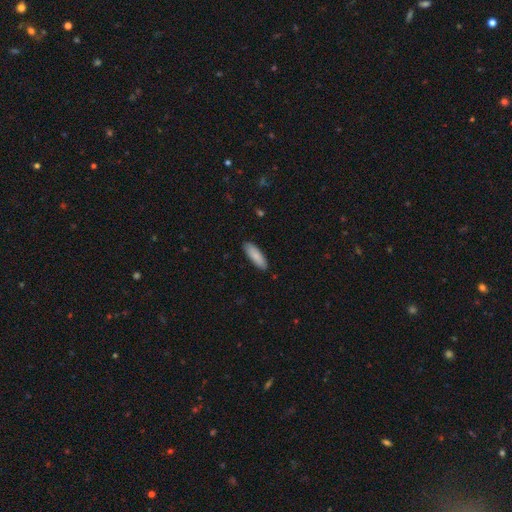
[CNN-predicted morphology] smooth-or-featured: smooth: 86% | featured or disk: 8% | star or artifact: 5%
  how-rounded: in between: 50% | cigar-shaped: 49% | round: 1%
  merging: none: 88% | minor disturbance: 9% | major disturbance: 2% | merger: 1%